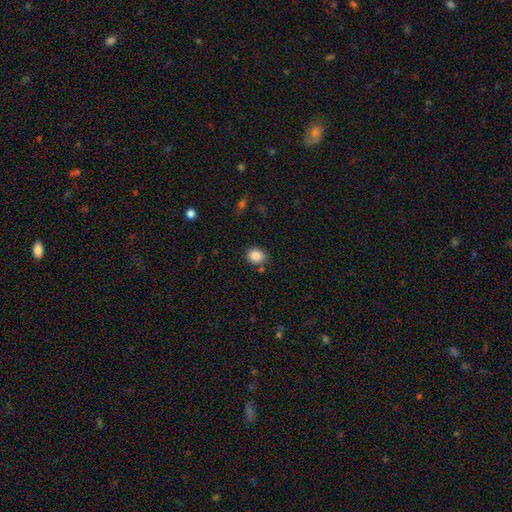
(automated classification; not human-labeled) smooth 87%, star or artifact 9%, featured or disk 4%. Down the decision tree: how rounded — round (63%); merging — none (81%).